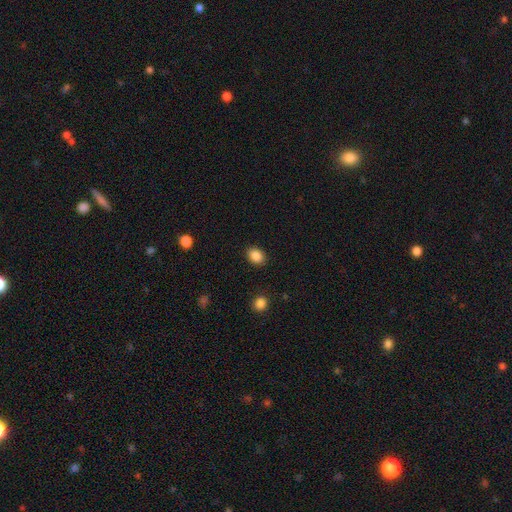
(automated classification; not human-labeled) Morphology: type=smooth (88%); roundness=in between (61%); merging=none (88%).